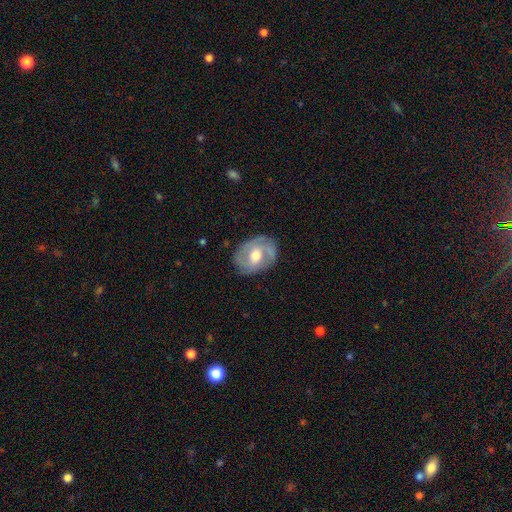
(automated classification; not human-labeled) smooth_or_featured: featured or disk (p=0.74) [alt: smooth p=0.20]
disk_edge_on: no (p=0.96) [alt: yes p=0.04]
bar: no (p=0.53) [alt: weak p=0.37]
has_spiral_arms: yes (p=0.83) [alt: no p=0.17]
spiral_winding: tight (p=0.46) [alt: medium p=0.39]
spiral_arm_count: 2 (p=0.46) [alt: can't tell p=0.24]
bulge_size: moderate (p=0.75) [alt: small p=0.14]
merging: none (p=0.74) [alt: minor disturbance p=0.18]